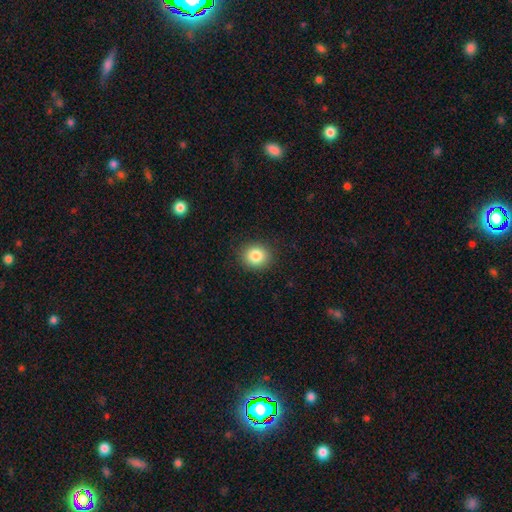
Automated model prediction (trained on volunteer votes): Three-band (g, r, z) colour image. It shows a smooth galaxy with no disk features (84%) that is round (80%). Merging: none (90%).